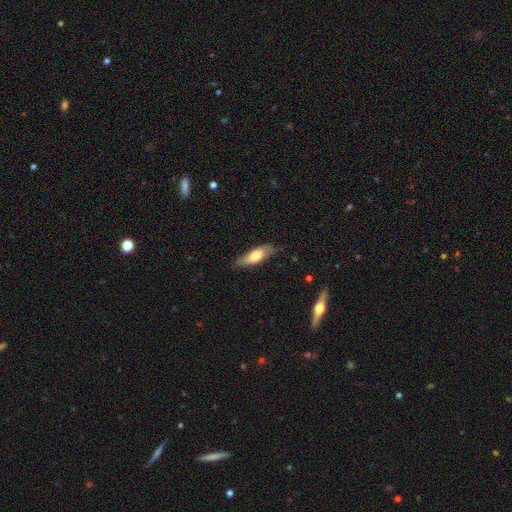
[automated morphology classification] Smooth or featured: smooth — 68% (featured or disk — 26%)
How rounded: in between — 61% (cigar-shaped — 37%)
Merging: none — 76% (minor disturbance — 19%)